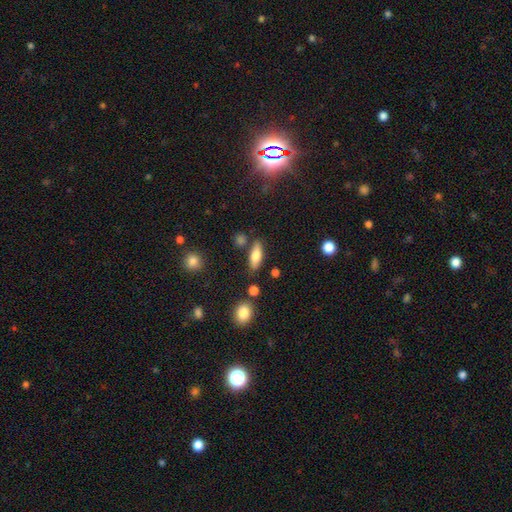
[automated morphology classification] Smooth or featured? smooth (72%)
How rounded? in between (64%)
Merging? none (78%)